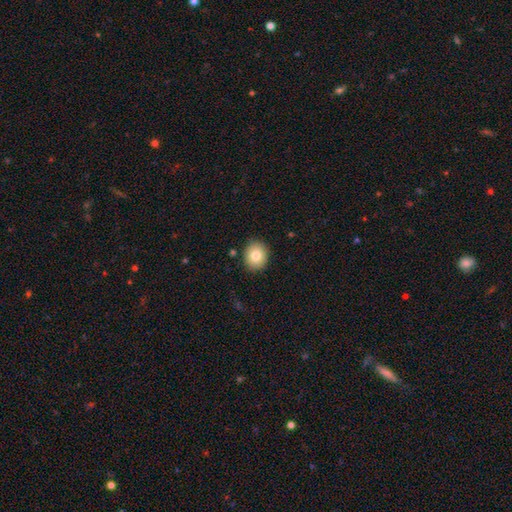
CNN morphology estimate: Smooth or featured? Predicted: smooth (p=0.82). How rounded? Predicted: round (p=0.68). Merging? Predicted: none (p=0.88).